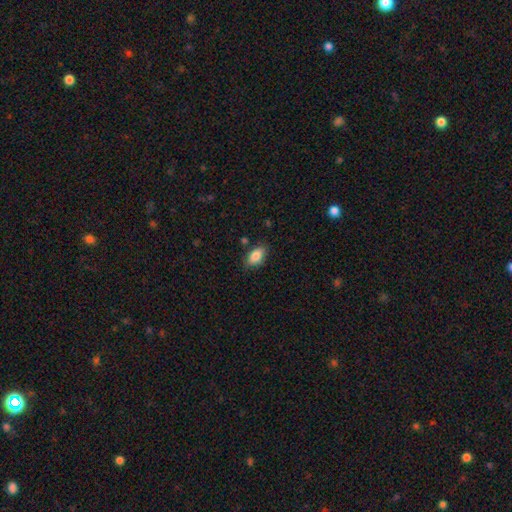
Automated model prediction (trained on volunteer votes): The model was most divided on "merging": none: 79%, minor disturbance: 15%, major disturbance: 3%, merger: 3%. More confident: how rounded — in between (90%); smooth or featured — smooth (84%).